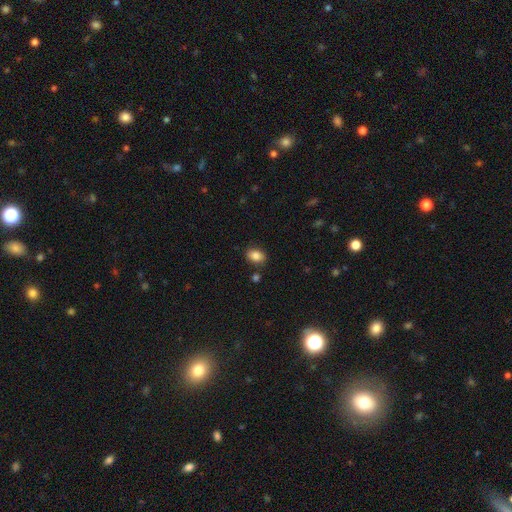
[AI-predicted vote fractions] Q: Smooth or featured?
A: smooth (85%); runner-up: star or artifact (9%)
Q: How rounded?
A: in between (77%); runner-up: round (22%)
Q: Merging?
A: none (82%); runner-up: minor disturbance (11%)